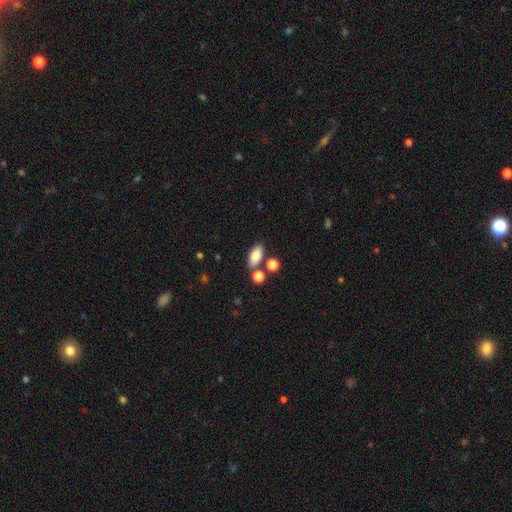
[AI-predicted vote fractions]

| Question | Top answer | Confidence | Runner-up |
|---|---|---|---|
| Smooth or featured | smooth | 81% | featured or disk (10%) |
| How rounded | in between | 87% | round (7%) |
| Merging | none | 72% | merger (14%) |